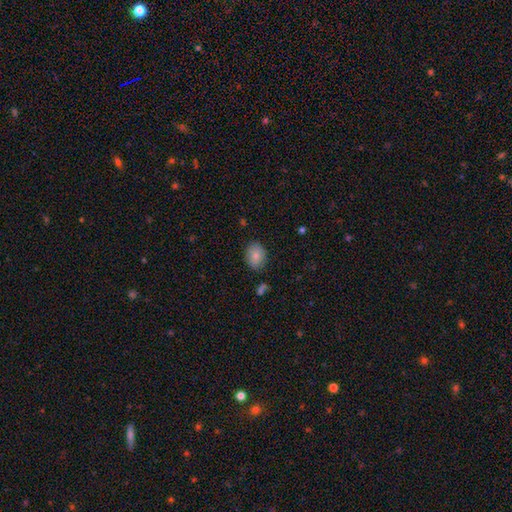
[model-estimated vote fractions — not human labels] This appears to be a smooth galaxy with no disk features (80%) that is in between round and cigar-shaped (61%). Merging: none (83%).